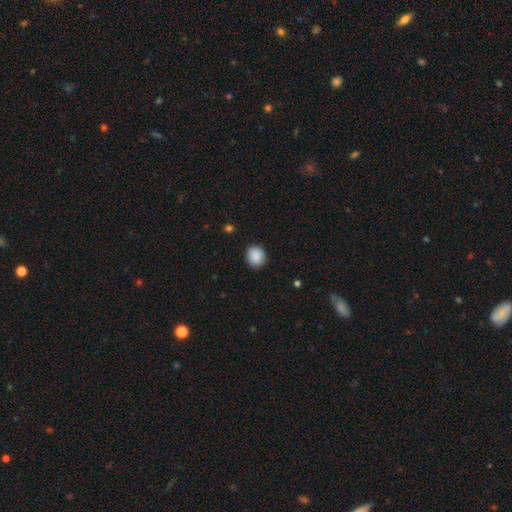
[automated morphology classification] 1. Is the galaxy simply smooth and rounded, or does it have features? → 89% smooth, 8% star or artifact, 3% featured or disk.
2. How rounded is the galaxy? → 79% round, 21% in between, 1% cigar-shaped.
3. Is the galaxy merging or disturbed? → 88% none, 8% minor disturbance, 2% major disturbance, 1% merger.